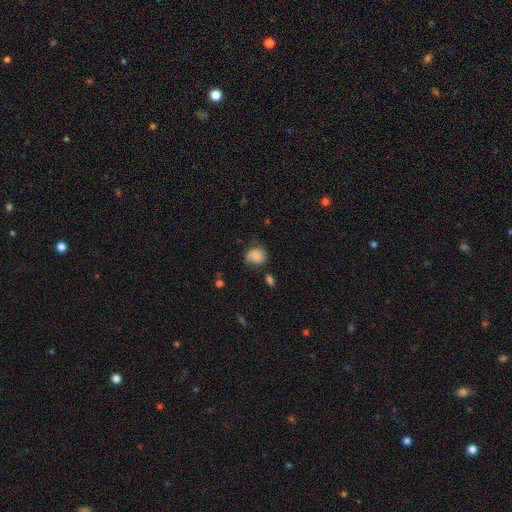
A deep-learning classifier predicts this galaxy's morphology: Overall: smooth (71%). How rounded: round (63%; in between 36%). Merging: none (54%; minor disturbance 29%).